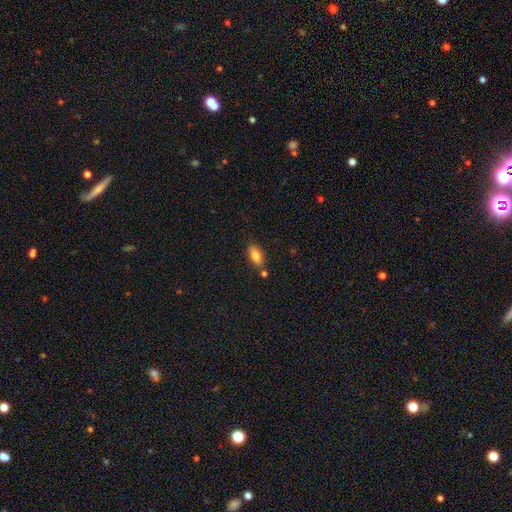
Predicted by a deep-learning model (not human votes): smooth_or_featured: smooth (p=0.82) [alt: featured or disk p=0.10]
how_rounded: in between (p=0.88) [alt: cigar-shaped p=0.08]
merging: none (p=0.73) [alt: minor disturbance p=0.13]